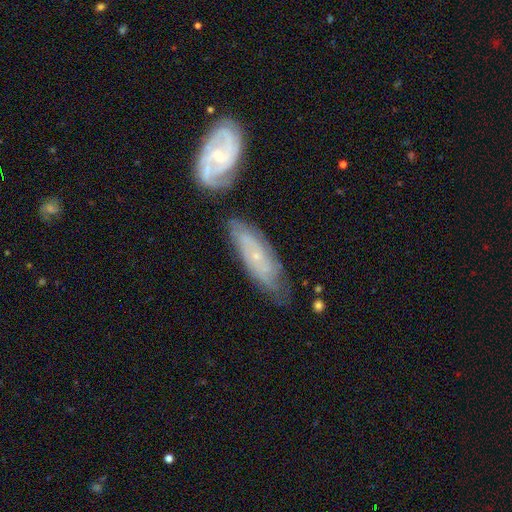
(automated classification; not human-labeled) Smooth or featured? Predicted: featured or disk (p=0.66). Edge-on disk? Predicted: no (p=0.84). Bar? Predicted: no (p=0.76). Spiral arms? Predicted: yes (p=0.84). Bulge size? Predicted: small (p=0.81). Merging? Predicted: none (p=0.57).